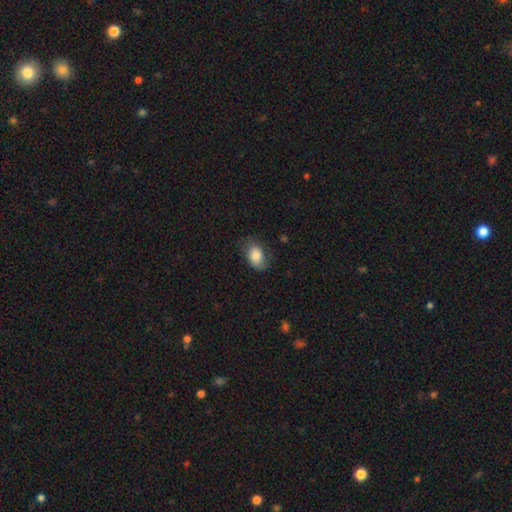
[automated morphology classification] A smooth galaxy with no disk features (79%) that is in between round and cigar-shaped (83%). Merging: none (64%).